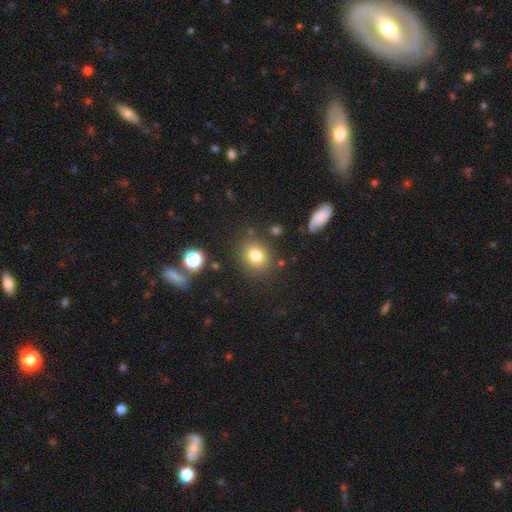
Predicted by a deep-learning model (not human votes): smooth 78%, star or artifact 13%, featured or disk 8%. Down the decision tree: how rounded — round (73%); merging — none (84%).